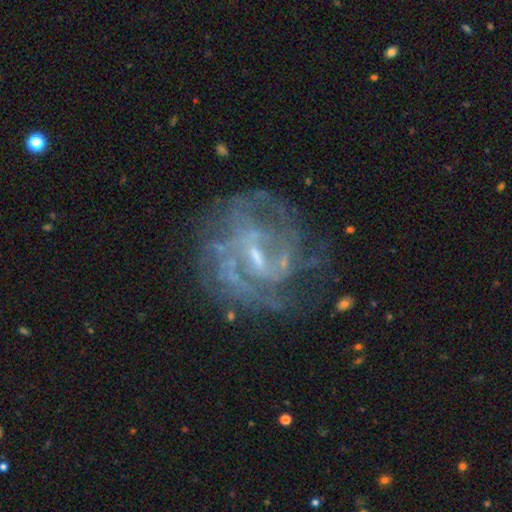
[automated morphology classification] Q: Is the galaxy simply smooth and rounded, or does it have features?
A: featured or disk — 80%.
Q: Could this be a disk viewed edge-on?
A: no — 97%.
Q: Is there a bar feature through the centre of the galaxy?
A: weak — 53%.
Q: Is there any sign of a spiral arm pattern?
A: yes — 77%.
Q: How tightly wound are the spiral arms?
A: tight — 44%.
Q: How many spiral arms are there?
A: can't tell — 43%.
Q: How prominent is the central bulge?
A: small — 61%.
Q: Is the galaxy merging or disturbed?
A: none — 61%.